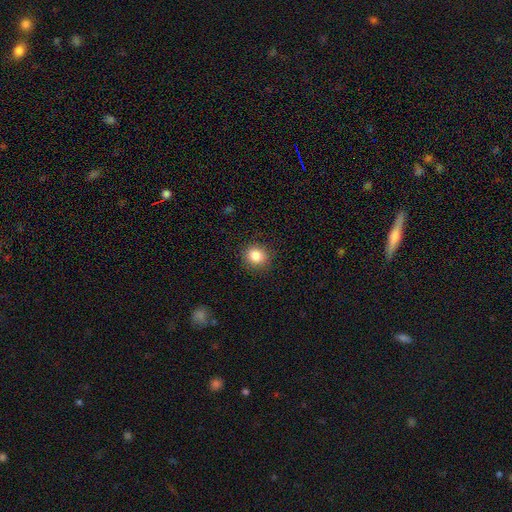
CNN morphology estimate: type=smooth (85%); roundness=round (85%); merging=none (88%).